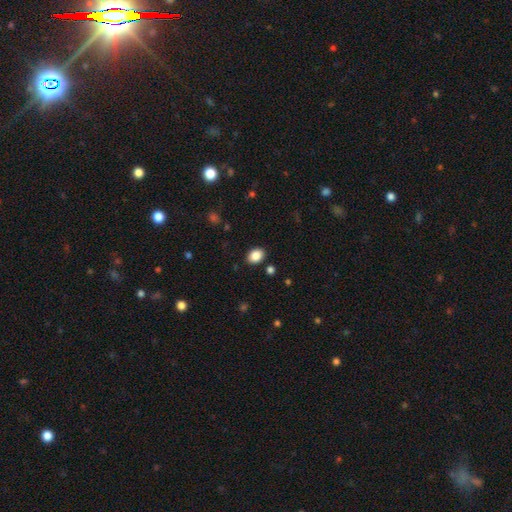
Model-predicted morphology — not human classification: Q: Smooth or featured?
A: smooth (87%); runner-up: star or artifact (9%)
Q: How rounded?
A: in between (65%); runner-up: round (34%)
Q: Merging?
A: none (88%); runner-up: minor disturbance (8%)